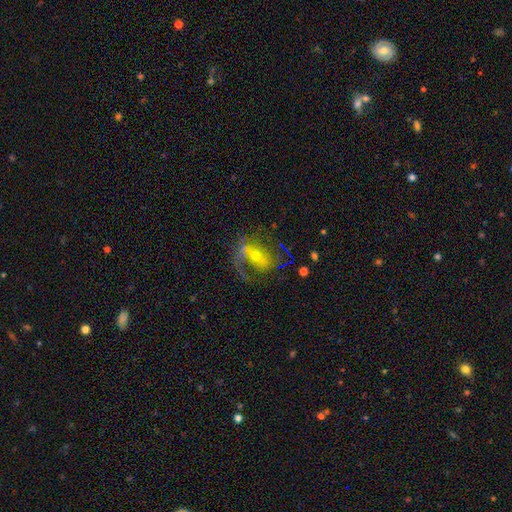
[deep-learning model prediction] Morphology: type=featured or disk (71%); edge-on=no (94%); bar=weak (39%); spiral arms=yes (74%); bulge=moderate (48%); merging=none (47%).